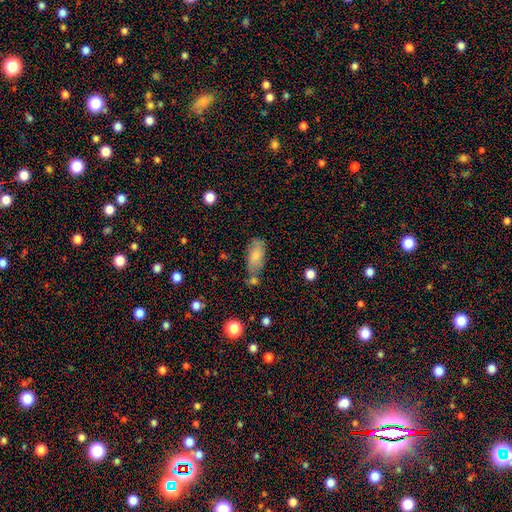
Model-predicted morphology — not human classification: A smooth galaxy with no disk features (78%) that is in between round and cigar-shaped (87%).

Vote fractions:
- Smooth or featured? smooth: 78% / featured or disk: 15% / star or artifact: 8%
- How rounded? in between: 87% / cigar-shaped: 11% / round: 3%
- Merging? none: 60% / minor disturbance: 22% / merger: 13% / major disturbance: 6%